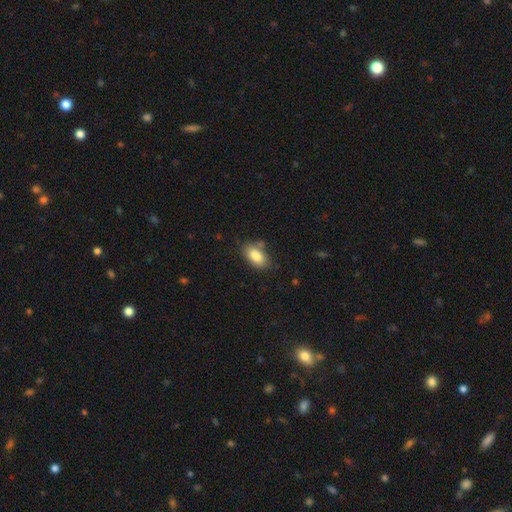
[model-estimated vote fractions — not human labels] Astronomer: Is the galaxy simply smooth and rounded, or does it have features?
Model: smooth — 85%.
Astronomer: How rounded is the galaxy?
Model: in between — 92%.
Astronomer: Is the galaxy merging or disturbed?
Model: none — 71%.